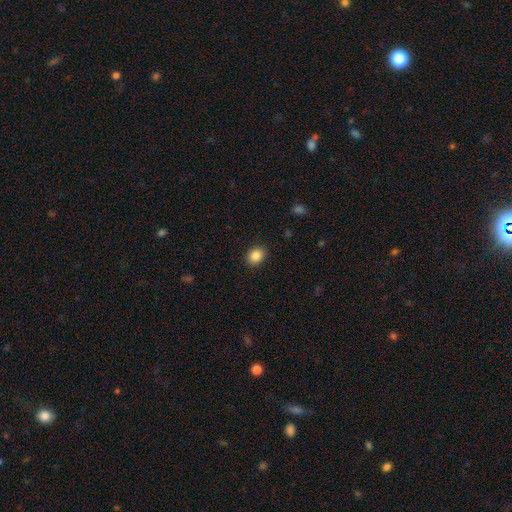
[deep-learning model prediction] Smooth or featured? smooth (87%)
How rounded? round (51%)
Merging? none (89%)